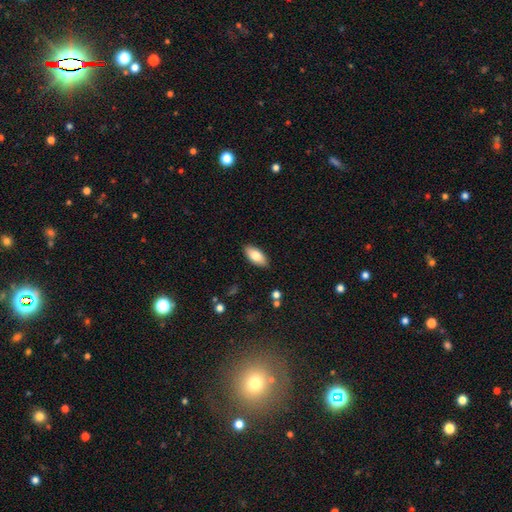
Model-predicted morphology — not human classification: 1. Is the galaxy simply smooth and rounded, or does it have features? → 80% smooth, 13% featured or disk, 7% star or artifact.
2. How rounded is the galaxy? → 90% in between, 8% cigar-shaped, 2% round.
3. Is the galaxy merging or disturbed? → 88% none, 9% minor disturbance, 2% major disturbance, 1% merger.